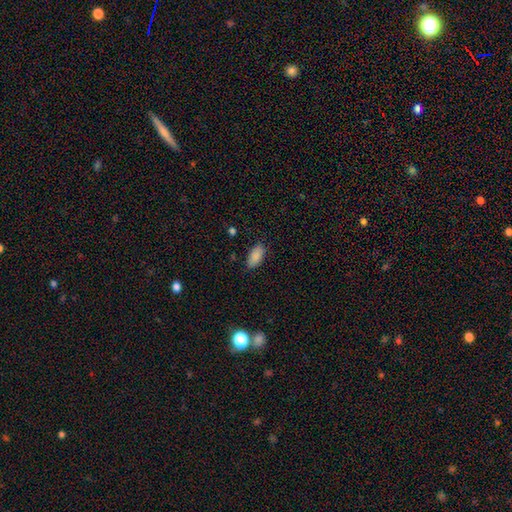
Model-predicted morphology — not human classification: The model was most divided on "merging": none: 83%, minor disturbance: 13%, major disturbance: 3%, merger: 1%. More confident: how rounded — in between (91%); smooth or featured — smooth (88%).